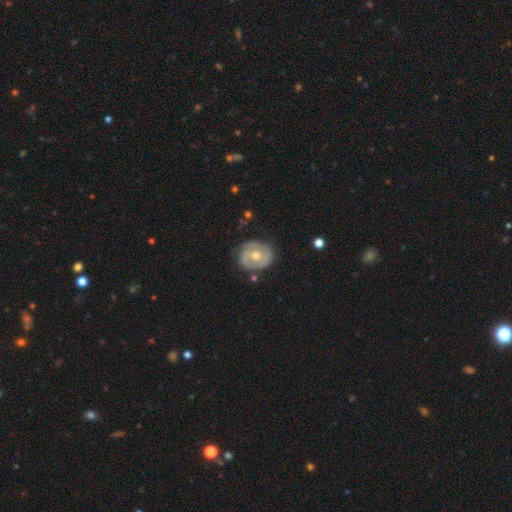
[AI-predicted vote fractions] A featured or disk galaxy (62%) with no bar (67%), spiral arms (55%) and a moderate central bulge (73%). Merging: none (74%).